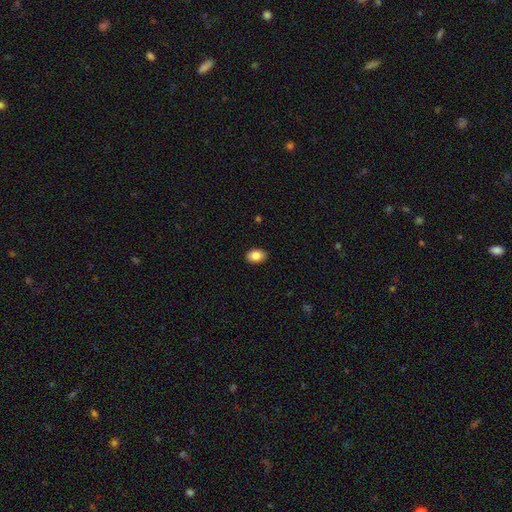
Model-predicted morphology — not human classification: Smooth or featured: smooth — 85% (star or artifact — 8%)
How rounded: in between — 84% (round — 15%)
Merging: none — 89% (minor disturbance — 9%)